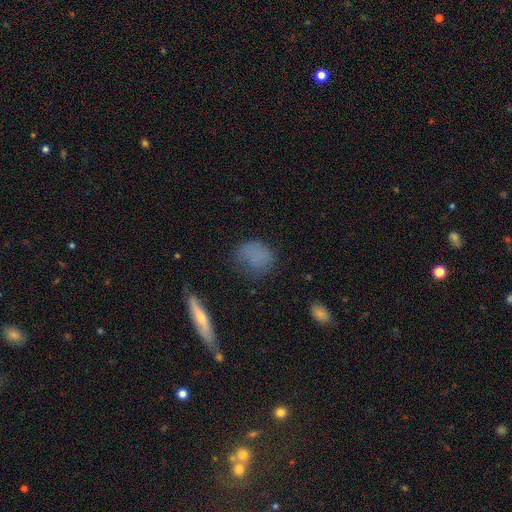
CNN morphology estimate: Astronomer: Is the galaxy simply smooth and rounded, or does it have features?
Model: smooth — 71%.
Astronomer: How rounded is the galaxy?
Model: round — 60% (runner-up: in between, 36%).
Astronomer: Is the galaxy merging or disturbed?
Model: none — 61%.